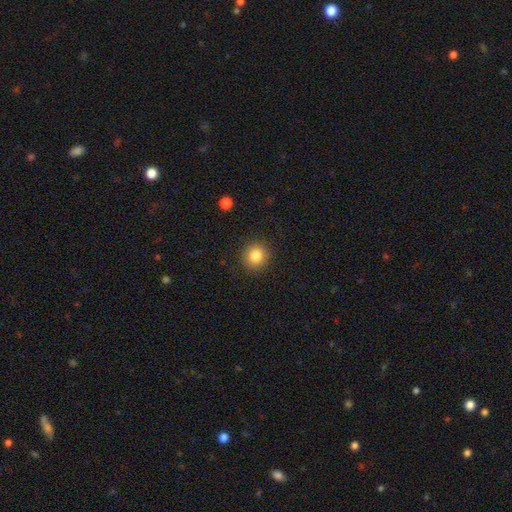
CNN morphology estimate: type=smooth (83%); roundness=round (90%); merging=none (90%).